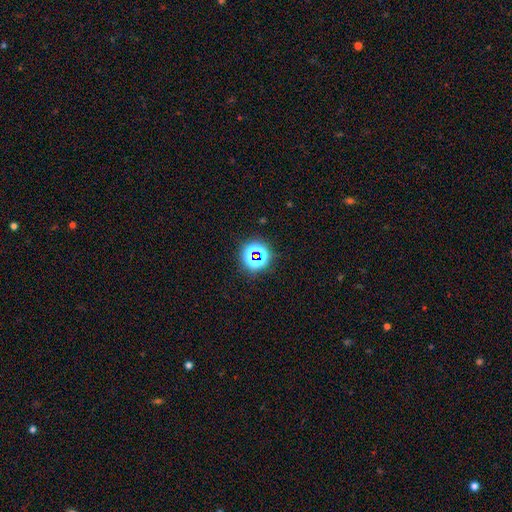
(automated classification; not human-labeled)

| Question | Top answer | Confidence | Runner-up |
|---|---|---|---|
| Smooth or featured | star or artifact | 68% | smooth (24%) |